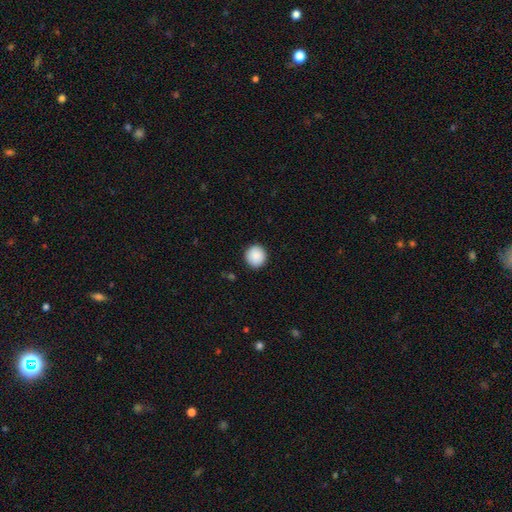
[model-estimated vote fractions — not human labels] smooth-or-featured: smooth: 89% | star or artifact: 8% | featured or disk: 3%
  how-rounded: round: 92% | in between: 7% | cigar-shaped: 1%
  merging: none: 91% | minor disturbance: 6% | major disturbance: 2% | merger: 1%